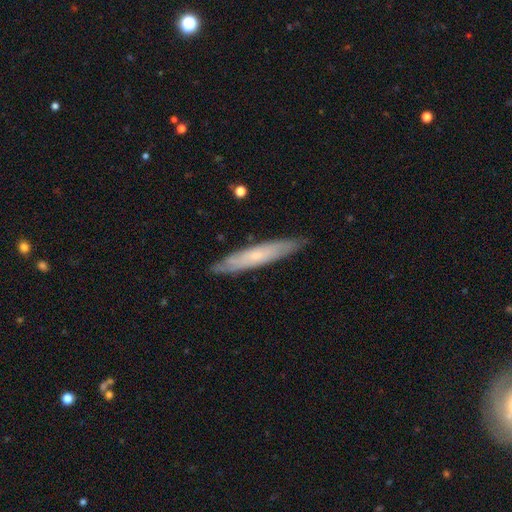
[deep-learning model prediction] Morphology: type=featured or disk (54%); edge-on=yes (66%); merging=none (85%).